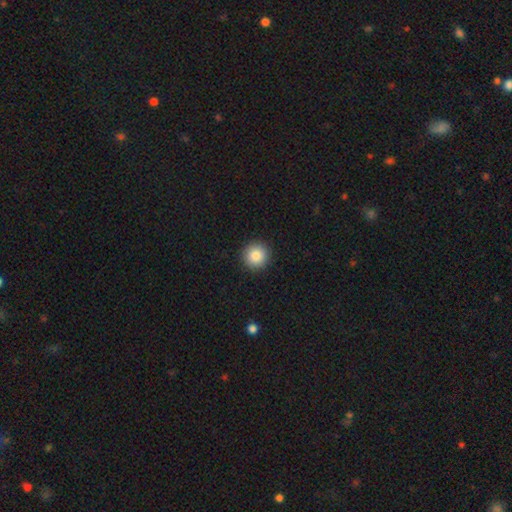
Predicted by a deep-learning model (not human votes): Overall: smooth (86%). How rounded: round (95%). Merging: none (93%).